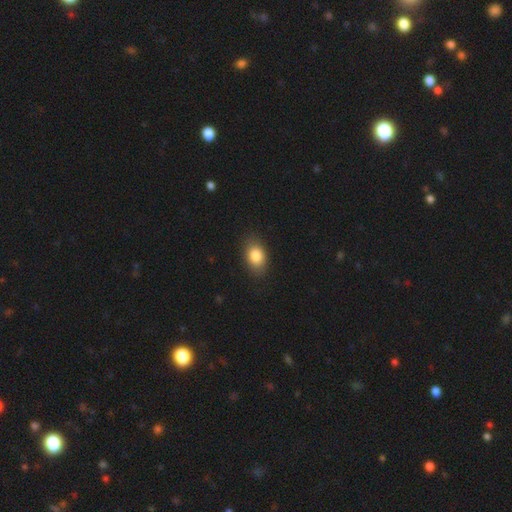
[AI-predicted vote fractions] smooth-or-featured: smooth: 84% | star or artifact: 8% | featured or disk: 8%
  how-rounded: in between: 82% | round: 17% | cigar-shaped: 2%
  merging: none: 84% | minor disturbance: 12% | major disturbance: 3% | merger: 1%